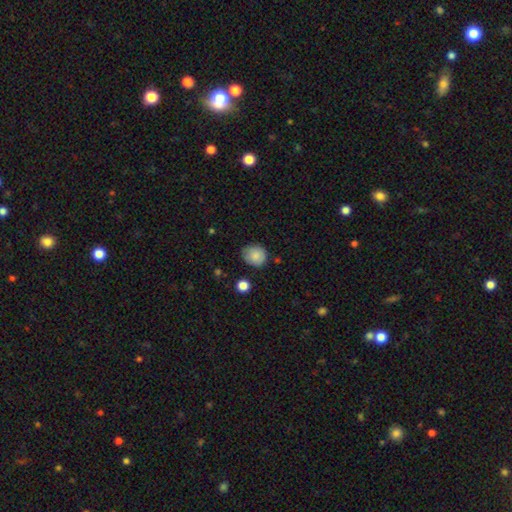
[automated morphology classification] smooth 85%, star or artifact 8%, featured or disk 7%. Down the decision tree: how rounded — round (76%); merging — none (73%).